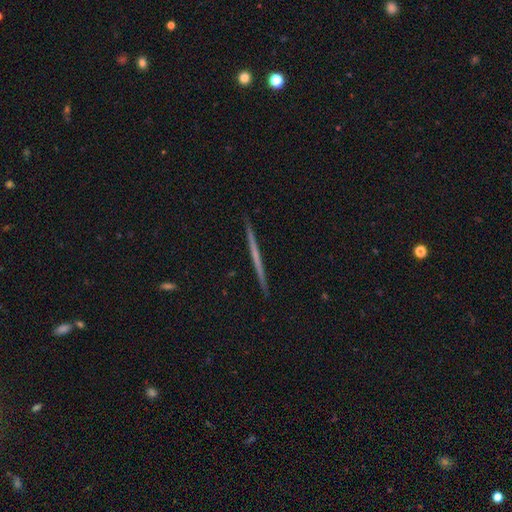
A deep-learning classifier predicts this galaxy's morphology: Smooth or featured?
  - featured or disk: 60% *
  - smooth: 34%
  - star or artifact: 6%
Edge-on disk?
  - yes: 98% *
  - no: 2%
Edge-on bulge?
  - none: 89% *
  - rounded: 8%
  - boxy: 3%
Merging?
  - none: 93% *
  - minor disturbance: 5%
  - major disturbance: 1%
  - merger: 1%